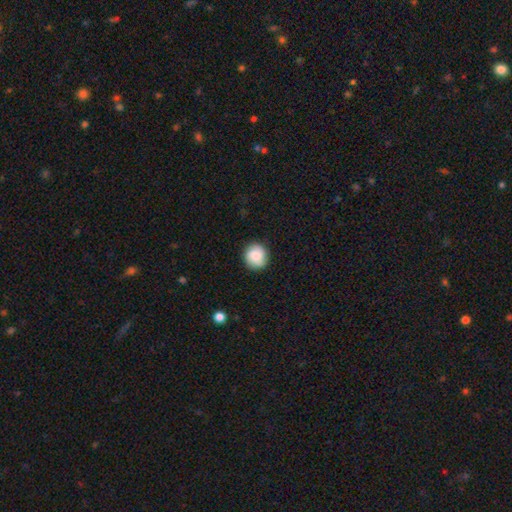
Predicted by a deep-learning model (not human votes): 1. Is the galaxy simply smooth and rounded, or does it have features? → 78% smooth, 15% featured or disk, 8% star or artifact.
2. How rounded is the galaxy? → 90% round, 9% in between, 1% cigar-shaped.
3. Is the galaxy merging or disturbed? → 87% none, 9% minor disturbance, 2% major disturbance, 1% merger.